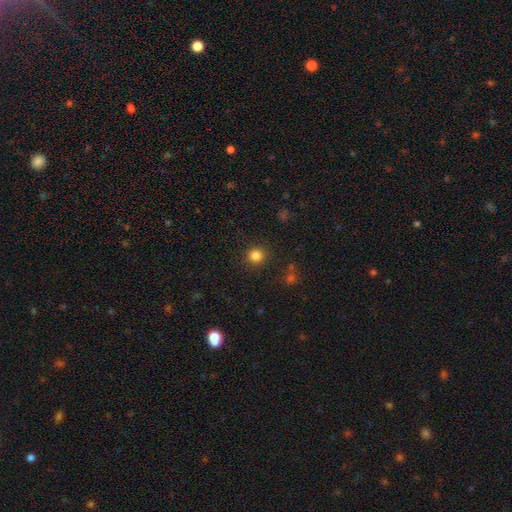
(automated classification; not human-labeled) A smooth galaxy with no disk features (83%) that is round (92%). Merging: none (89%).